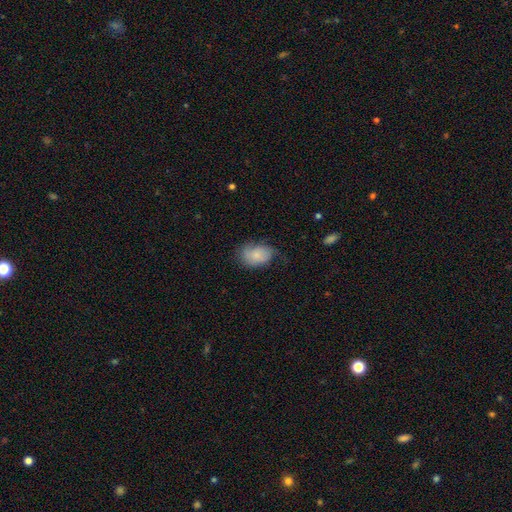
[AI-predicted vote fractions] Morphology: type=smooth (73%); roundness=in between (80%); merging=none (49%).